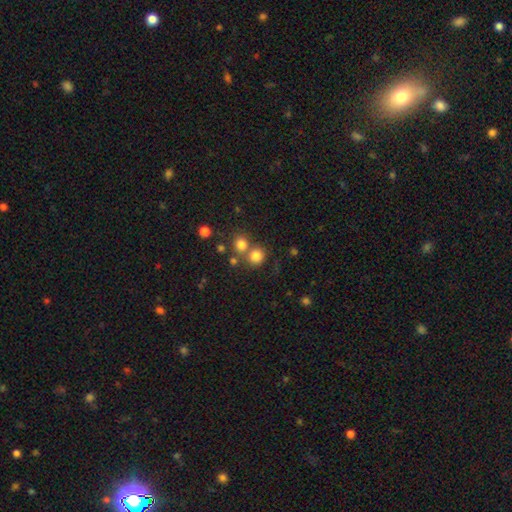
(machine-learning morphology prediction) Q: Smooth or featured?
A: smooth (80%); runner-up: star or artifact (13%)
Q: How rounded?
A: round (89%); runner-up: in between (10%)
Q: Merging?
A: none (60%); runner-up: merger (29%)